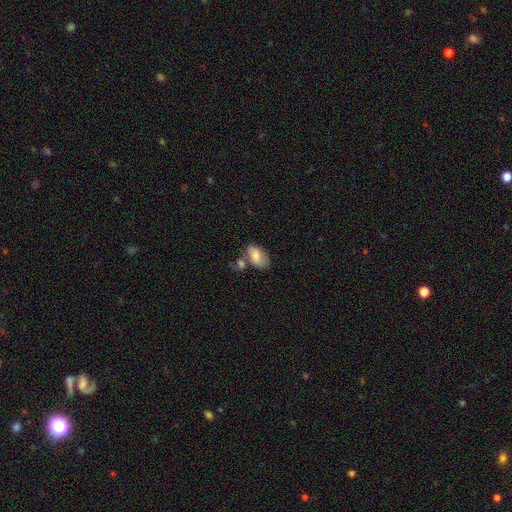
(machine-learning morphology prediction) Smooth or featured? smooth (75%)
How rounded? in between (91%)
Merging? none (46%)